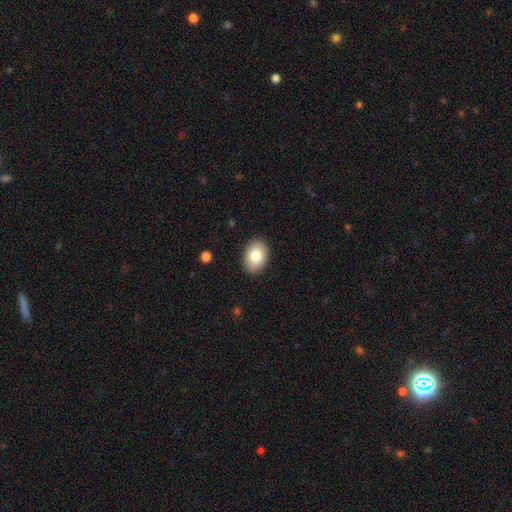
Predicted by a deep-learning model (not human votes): The model was most divided on "how rounded": in between: 82%, round: 17%, cigar-shaped: 1%. More confident: merging — none (89%); smooth or featured — smooth (83%).